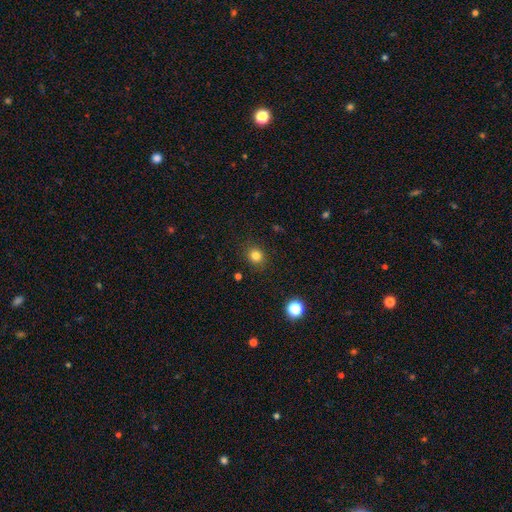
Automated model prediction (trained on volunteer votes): Overall: smooth (81%). How rounded: round (77%). Merging: none (88%).